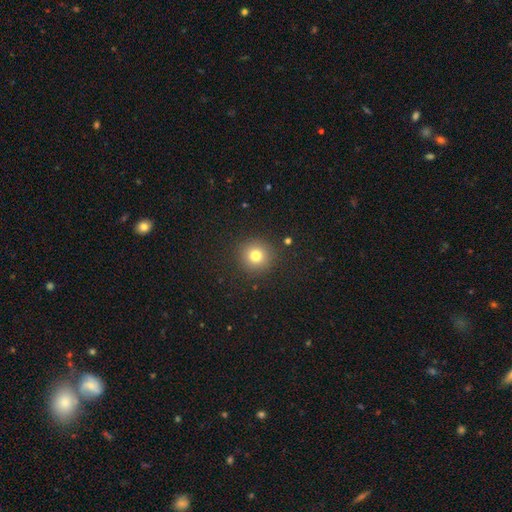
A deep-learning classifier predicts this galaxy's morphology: smooth 77%, star or artifact 14%, featured or disk 9%. Down the decision tree: how rounded — round (95%); merging — none (90%).